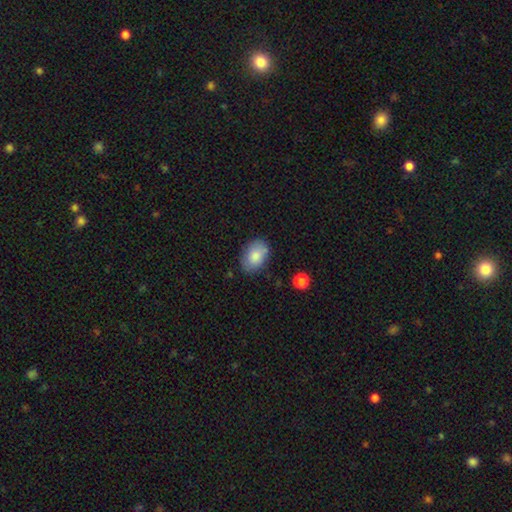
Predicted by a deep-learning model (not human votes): This is clearly a smooth galaxy (82%). How rounded: clearly in between (84%). Merging: likely none (75%).